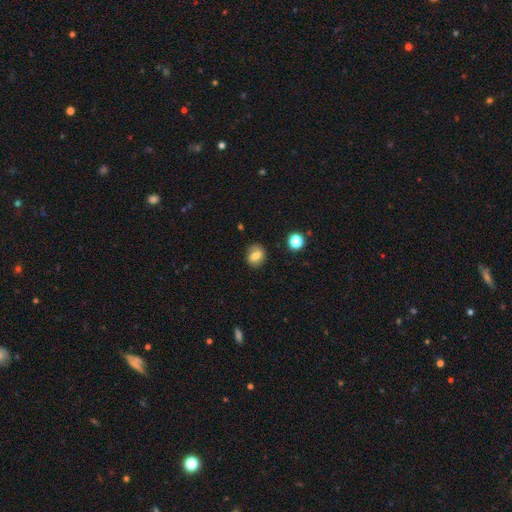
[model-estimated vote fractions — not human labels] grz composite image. It shows a smooth galaxy with no disk features (68%) that is round (59%). Merging: none (84%).